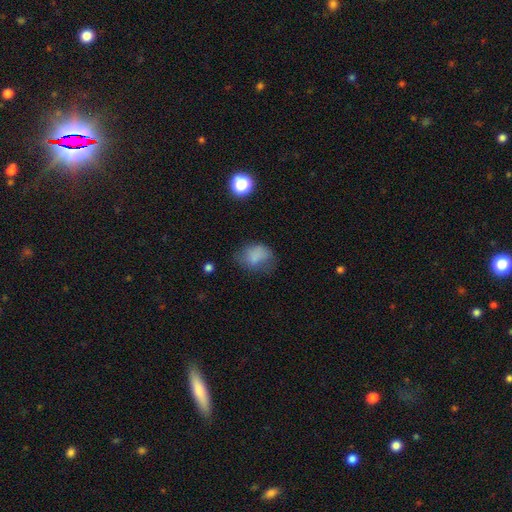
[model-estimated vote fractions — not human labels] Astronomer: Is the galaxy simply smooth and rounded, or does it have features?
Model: smooth — 77%.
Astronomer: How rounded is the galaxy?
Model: in between — 63%.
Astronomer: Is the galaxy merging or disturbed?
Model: none — 48% (runner-up: minor disturbance, 31%).